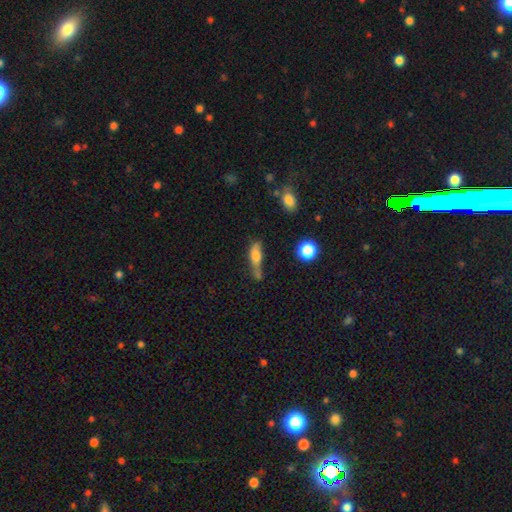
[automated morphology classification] smooth-or-featured: smooth: 64% | featured or disk: 25% | star or artifact: 10%
  how-rounded: in between: 49% | cigar-shaped: 44% | round: 7%
  merging: none: 36% | minor disturbance: 25% | merger: 22% | major disturbance: 17%